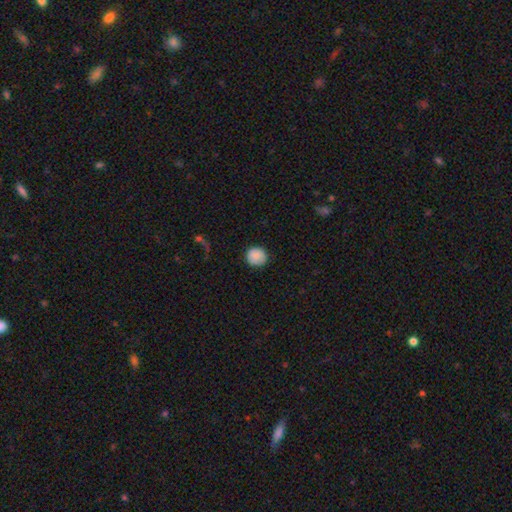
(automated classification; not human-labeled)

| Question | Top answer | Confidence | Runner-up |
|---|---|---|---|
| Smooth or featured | smooth | 87% | star or artifact (9%) |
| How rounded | round | 91% | in between (8%) |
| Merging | none | 86% | minor disturbance (11%) |